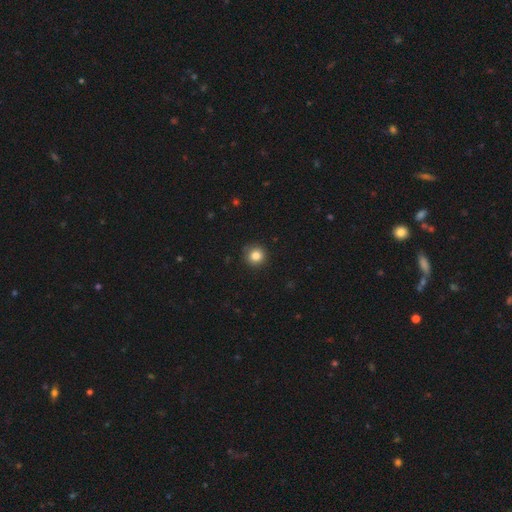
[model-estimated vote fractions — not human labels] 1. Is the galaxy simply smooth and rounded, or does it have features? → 84% smooth, 11% star or artifact, 5% featured or disk.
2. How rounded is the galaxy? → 94% round, 5% in between, 1% cigar-shaped.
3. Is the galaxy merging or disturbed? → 90% none, 7% minor disturbance, 2% major disturbance, 1% merger.